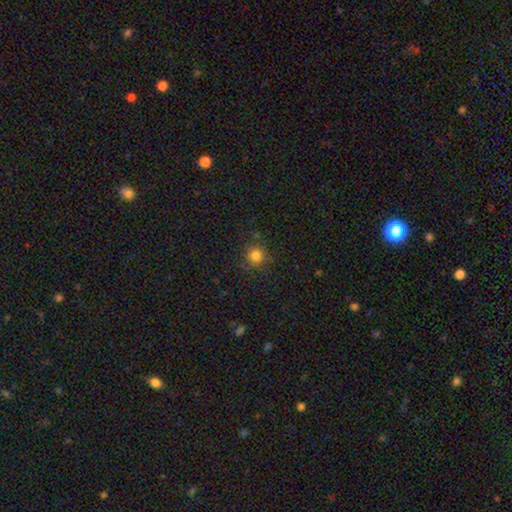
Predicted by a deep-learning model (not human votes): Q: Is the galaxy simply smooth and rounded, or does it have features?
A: smooth — 81%.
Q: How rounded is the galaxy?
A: round — 93%.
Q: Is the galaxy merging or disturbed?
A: none — 86%.